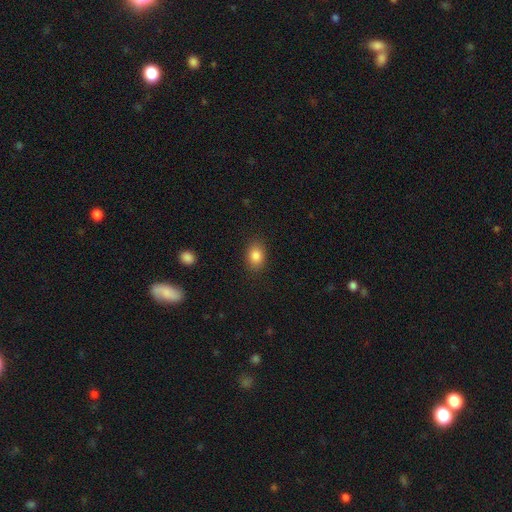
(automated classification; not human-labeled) Smooth or featured? Predicted: smooth (p=0.85). How rounded? Predicted: in between (p=0.74). Merging? Predicted: none (p=0.86).